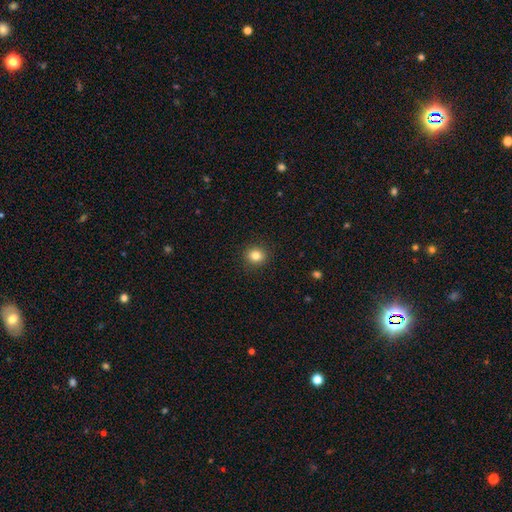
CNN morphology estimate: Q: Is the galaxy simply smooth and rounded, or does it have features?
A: smooth — 83%.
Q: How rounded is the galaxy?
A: round — 86%.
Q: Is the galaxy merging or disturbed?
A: none — 92%.